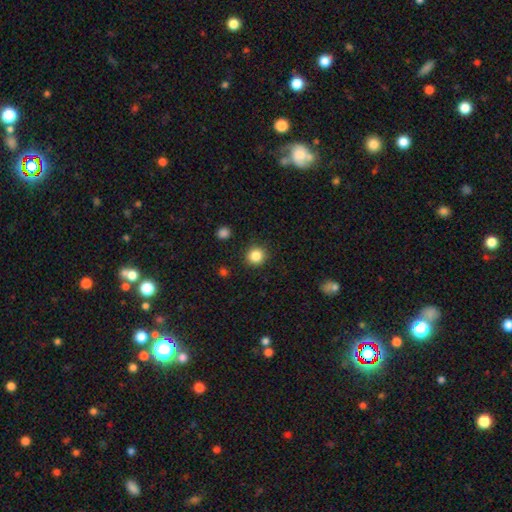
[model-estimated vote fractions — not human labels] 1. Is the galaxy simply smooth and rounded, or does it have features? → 85% smooth, 10% star or artifact, 4% featured or disk.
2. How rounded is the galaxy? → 92% round, 7% in between, 1% cigar-shaped.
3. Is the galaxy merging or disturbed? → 90% none, 6% minor disturbance, 2% major disturbance, 1% merger.